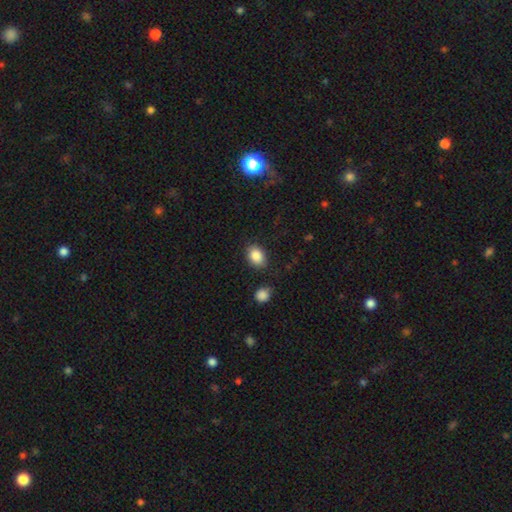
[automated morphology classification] smooth_or_featured: smooth (p=0.87) [alt: star or artifact p=0.08]
how_rounded: in between (p=0.70) [alt: round p=0.29]
merging: none (p=0.81) [alt: minor disturbance p=0.12]